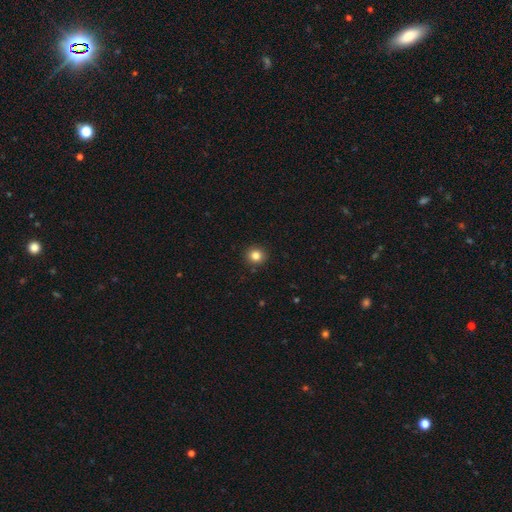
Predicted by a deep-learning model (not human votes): Smooth or featured? Predicted: smooth (p=0.83). How rounded? Predicted: round (p=0.89). Merging? Predicted: none (p=0.92).